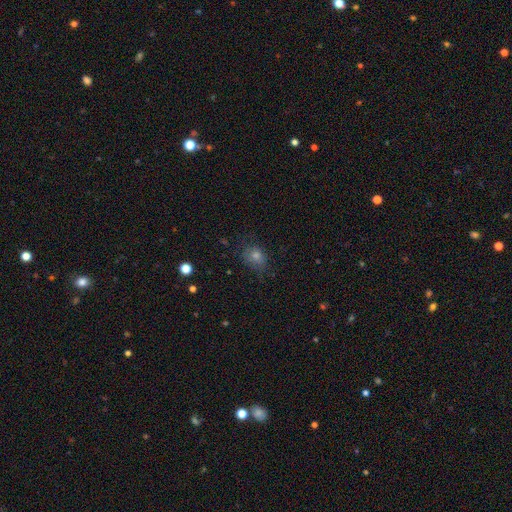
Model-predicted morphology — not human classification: type=smooth (65%); roundness=round (57%); merging=none (69%).